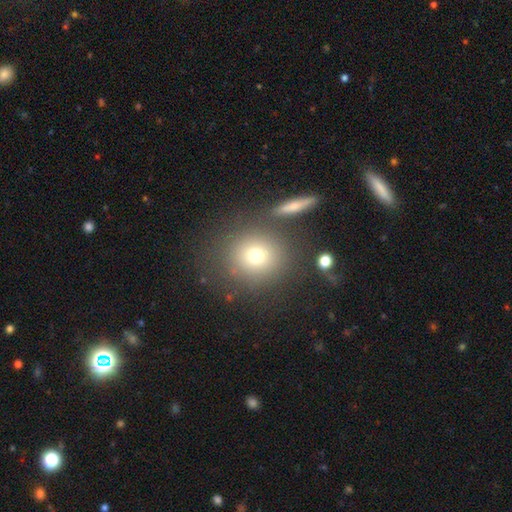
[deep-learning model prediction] Q: Smooth or featured?
A: smooth (72%); runner-up: star or artifact (14%)
Q: How rounded?
A: round (88%); runner-up: in between (11%)
Q: Merging?
A: none (77%); runner-up: minor disturbance (10%)